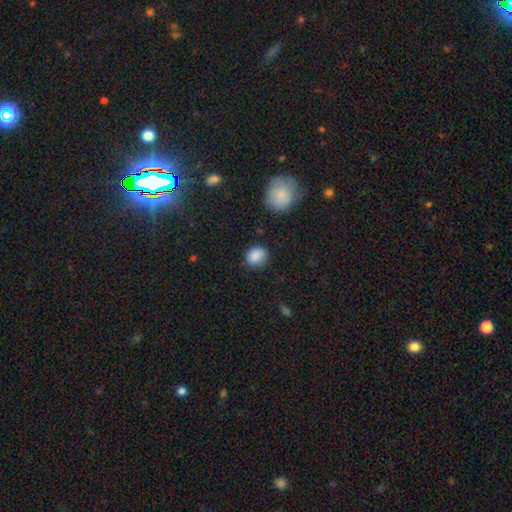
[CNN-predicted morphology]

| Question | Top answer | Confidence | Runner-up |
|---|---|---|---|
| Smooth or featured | smooth | 87% | star or artifact (9%) |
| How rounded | round | 69% | in between (30%) |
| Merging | none | 80% | minor disturbance (14%) |